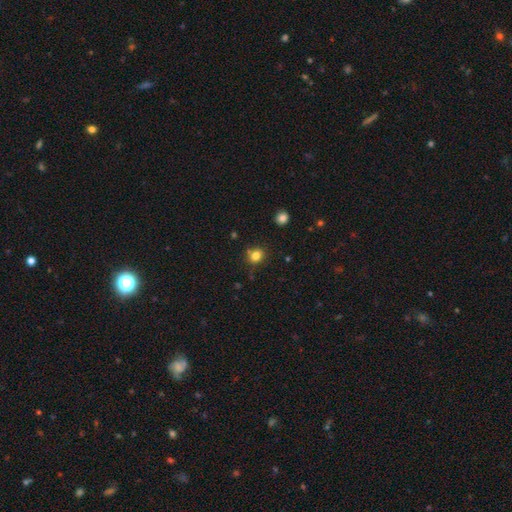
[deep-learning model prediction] Overall: smooth (80%). How rounded: round (73%). Merging: none (76%).